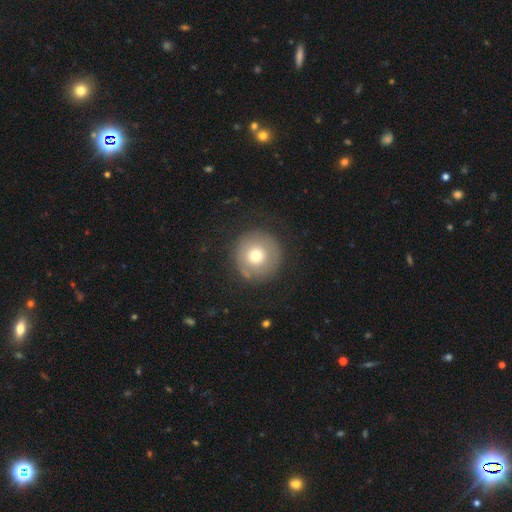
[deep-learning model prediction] Morphology: type=smooth (68%); roundness=round (96%); merging=none (83%).